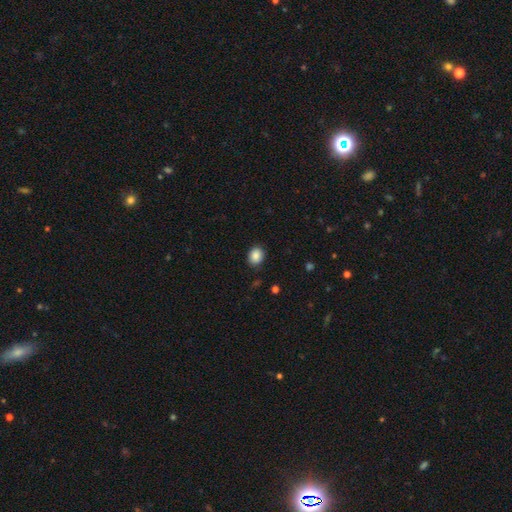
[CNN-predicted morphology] Q: Smooth or featured?
A: smooth (87%); runner-up: star or artifact (9%)
Q: How rounded?
A: round (57%); runner-up: in between (42%)
Q: Merging?
A: none (87%); runner-up: minor disturbance (9%)